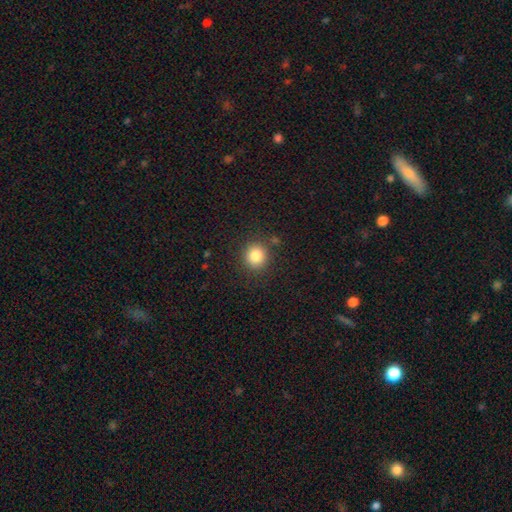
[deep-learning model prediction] This appears to be a smooth galaxy with no disk features (83%) that is round (89%). Merging: none (87%).